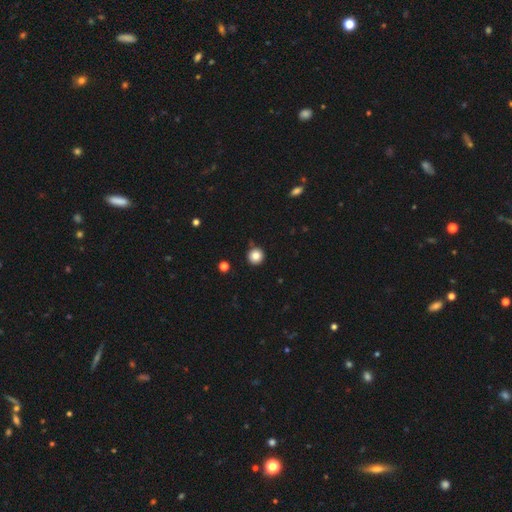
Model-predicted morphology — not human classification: smooth_or_featured: smooth (p=0.84) [alt: star or artifact p=0.11]
how_rounded: round (p=0.95) [alt: in between p=0.04]
merging: none (p=0.88) [alt: minor disturbance p=0.07]